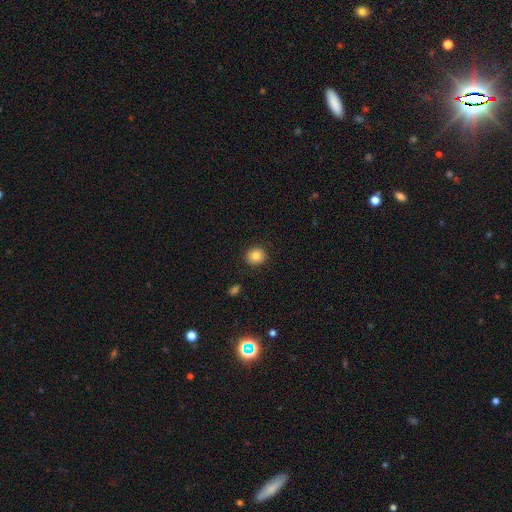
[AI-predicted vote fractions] Smooth or featured?
  - smooth: 84% *
  - star or artifact: 10%
  - featured or disk: 6%
How rounded?
  - round: 85% *
  - in between: 14%
  - cigar-shaped: 1%
Merging?
  - none: 90% *
  - minor disturbance: 7%
  - major disturbance: 2%
  - merger: 1%